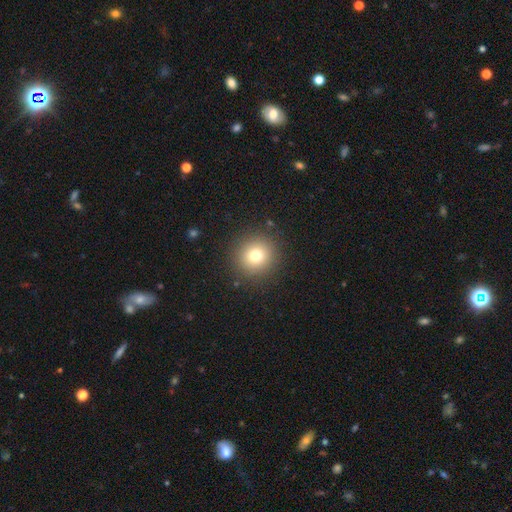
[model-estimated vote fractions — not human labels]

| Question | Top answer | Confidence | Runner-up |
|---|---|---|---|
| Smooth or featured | smooth | 77% | star or artifact (14%) |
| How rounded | round | 93% | in between (7%) |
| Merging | none | 90% | minor disturbance (6%) |